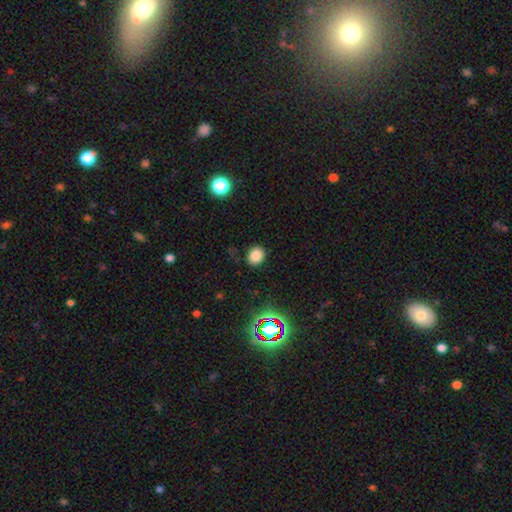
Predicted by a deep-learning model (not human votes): smooth-or-featured: smooth: 81% | star or artifact: 14% | featured or disk: 5%
  how-rounded: round: 67% | in between: 32% | cigar-shaped: 1%
  merging: none: 87% | minor disturbance: 9% | major disturbance: 3% | merger: 1%